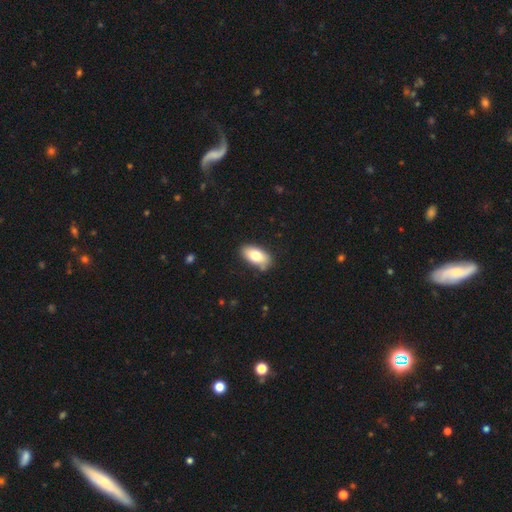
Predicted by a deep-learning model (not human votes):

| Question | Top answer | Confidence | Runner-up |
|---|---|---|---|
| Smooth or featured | smooth | 76% | featured or disk (17%) |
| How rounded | in between | 92% | cigar-shaped (5%) |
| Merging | none | 83% | minor disturbance (12%) |